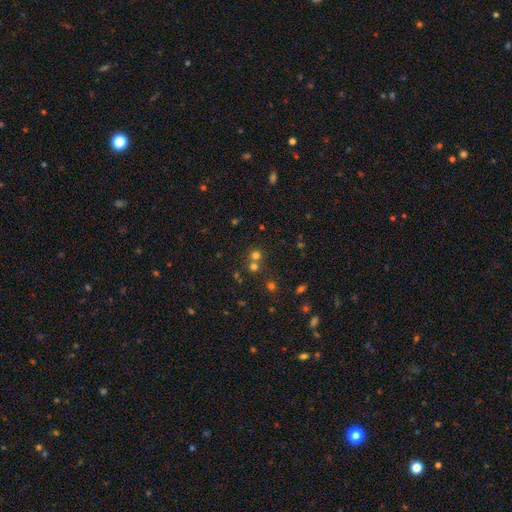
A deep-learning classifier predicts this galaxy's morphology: This appears to be a smooth galaxy with no disk features (65%) that is round (90%). Merging: none (59%).